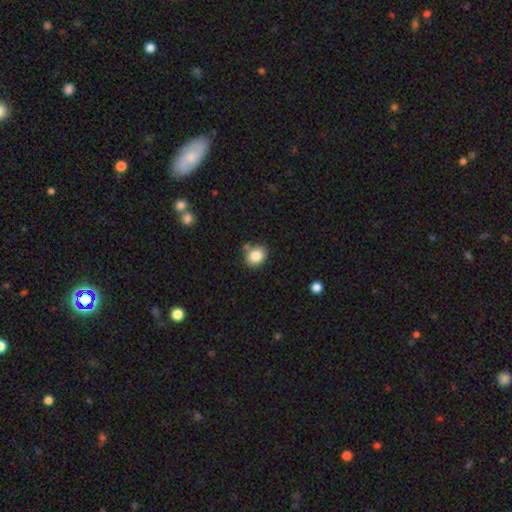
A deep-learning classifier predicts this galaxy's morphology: smooth_or_featured: smooth (p=0.85) [alt: star or artifact p=0.09]
how_rounded: round (p=0.53) [alt: in between p=0.46]
merging: none (p=0.70) [alt: minor disturbance p=0.16]